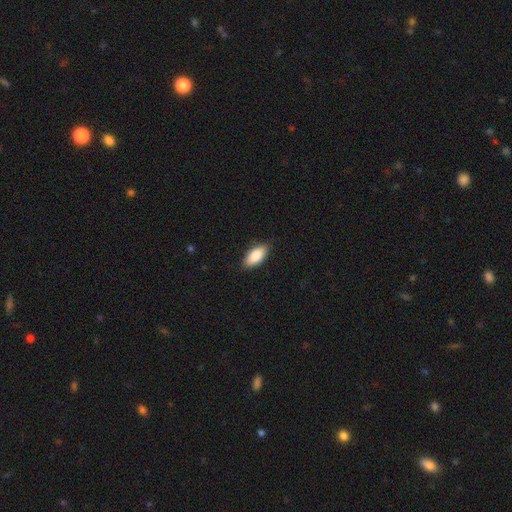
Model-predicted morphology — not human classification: type=smooth (86%); roundness=in between (90%); merging=none (84%).